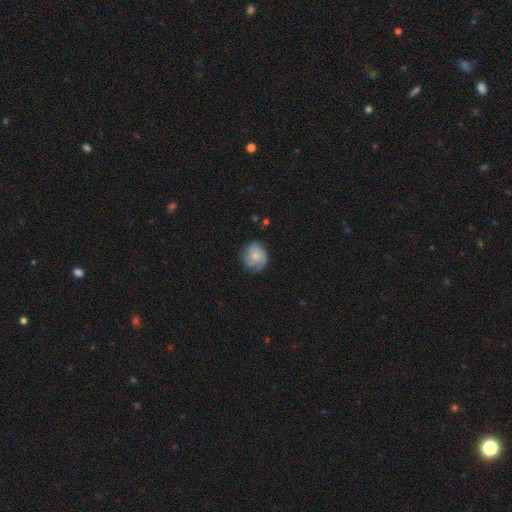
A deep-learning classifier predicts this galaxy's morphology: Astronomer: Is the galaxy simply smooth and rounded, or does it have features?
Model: smooth — 60%.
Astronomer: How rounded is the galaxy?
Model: round — 78%.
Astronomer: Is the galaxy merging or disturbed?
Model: none — 68%.